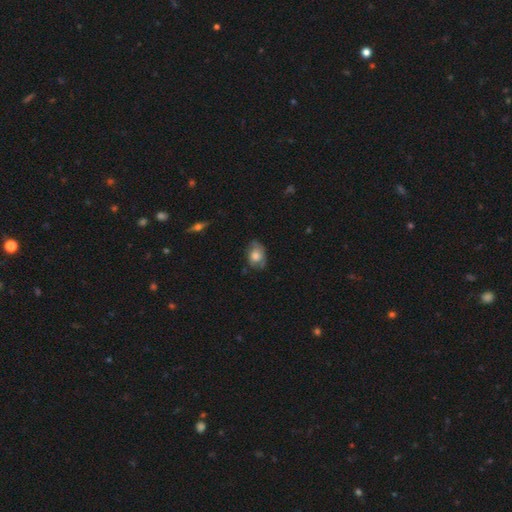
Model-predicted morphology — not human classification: Q: Smooth or featured?
A: smooth (59%); runner-up: featured or disk (33%)
Q: How rounded?
A: in between (70%); runner-up: round (29%)
Q: Merging?
A: none (62%); runner-up: minor disturbance (28%)